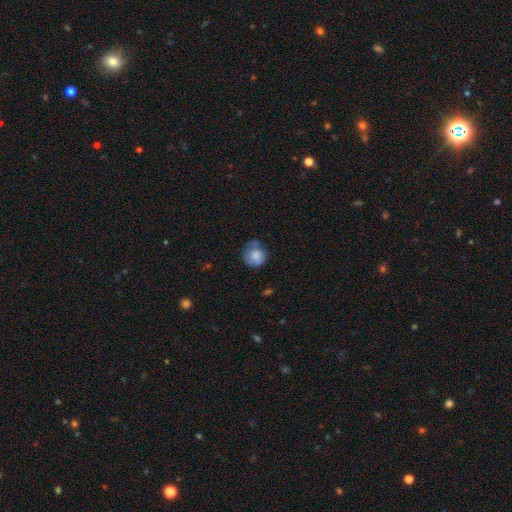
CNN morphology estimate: A smooth galaxy with no disk features (75%) that is round (85%).

Vote fractions:
- Smooth or featured? smooth: 75% / featured or disk: 16% / star or artifact: 8%
- How rounded? round: 85% / in between: 14% / cigar-shaped: 1%
- Merging? none: 51% / minor disturbance: 29% / major disturbance: 12% / merger: 8%